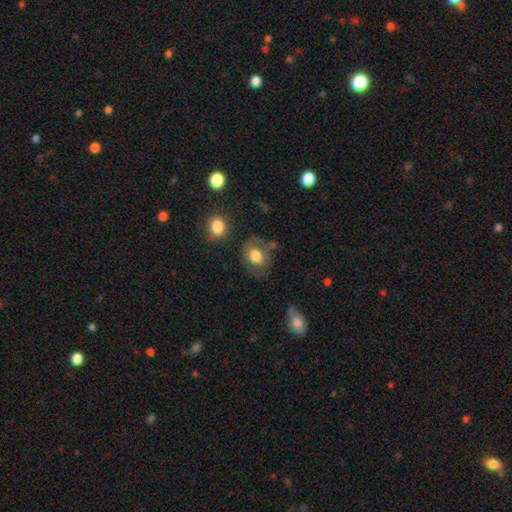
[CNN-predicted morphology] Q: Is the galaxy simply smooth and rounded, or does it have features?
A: smooth — 63%.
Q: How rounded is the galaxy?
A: in between — 59%.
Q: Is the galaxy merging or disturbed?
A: none — 59%.